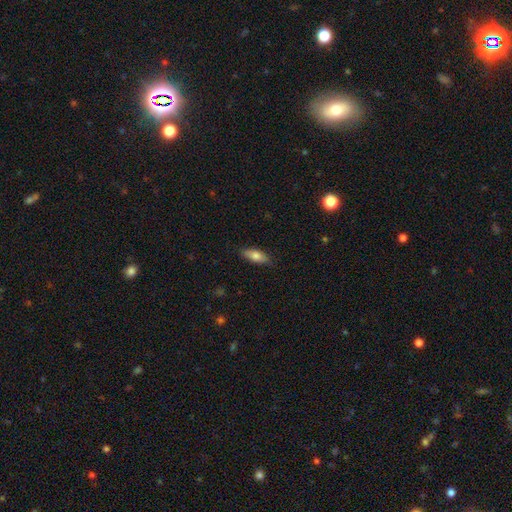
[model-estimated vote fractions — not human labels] Smooth or featured? Predicted: smooth (p=0.77). How rounded? Predicted: in between (p=0.77). Merging? Predicted: none (p=0.83).